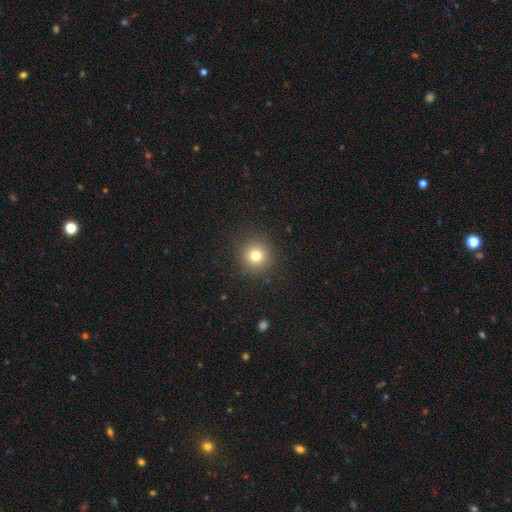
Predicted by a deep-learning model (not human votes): Overall: smooth (77%). How rounded: round (93%). Merging: none (91%).